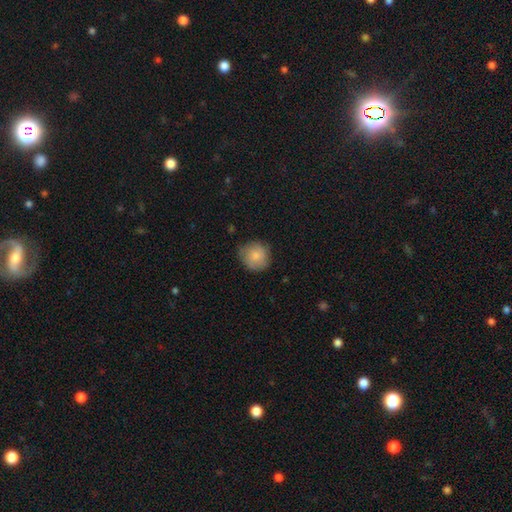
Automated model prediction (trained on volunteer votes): smooth 83%, featured or disk 10%, star or artifact 7%. Down the decision tree: how rounded — round (90%); merging — none (77%).